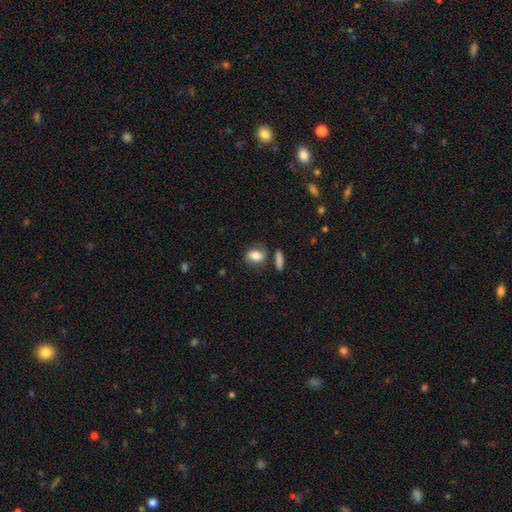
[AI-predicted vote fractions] smooth_or_featured: smooth (p=0.80) [alt: featured or disk p=0.12]
how_rounded: in between (p=0.72) [alt: round p=0.26]
merging: none (p=0.66) [alt: minor disturbance p=0.19]